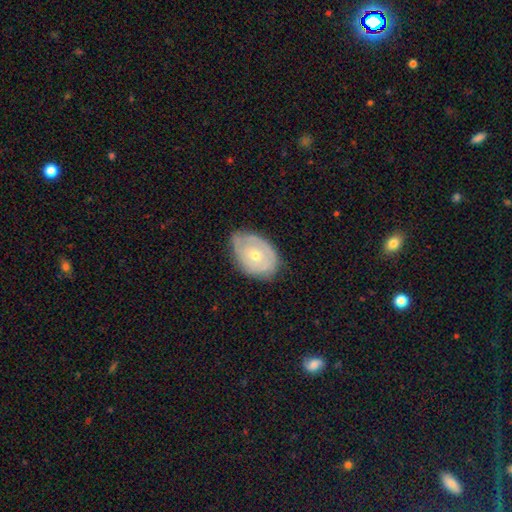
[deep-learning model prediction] featured or disk 59%, smooth 35%, star or artifact 6%. Down the decision tree: edge-on disk — no (94%); bar — no (85%); spiral arms — yes (54%); bulge size — moderate (49%); merging — none (64%).